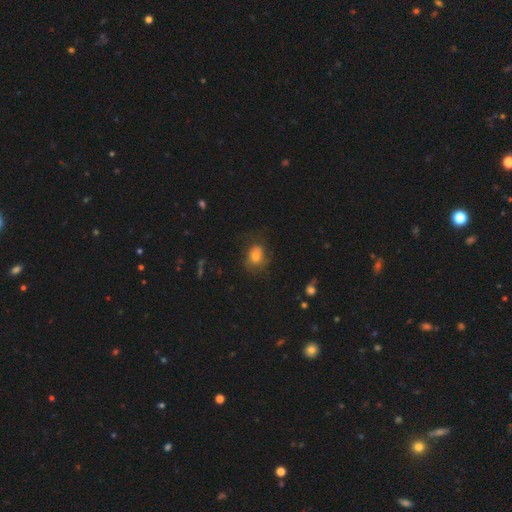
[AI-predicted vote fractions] A smooth galaxy with no disk features (69%) that is in between round and cigar-shaped (50%).

Vote fractions:
- Smooth or featured? smooth: 69% / featured or disk: 19% / star or artifact: 12%
- How rounded? in between: 50% / round: 49% / cigar-shaped: 1%
- Merging? none: 60% / minor disturbance: 24% / major disturbance: 14% / merger: 2%